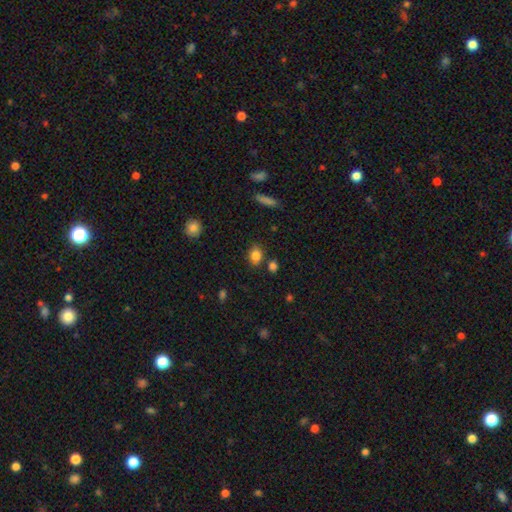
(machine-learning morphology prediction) Overall: smooth (84%). How rounded: in between (62%; round 37%). Merging: none (75%).